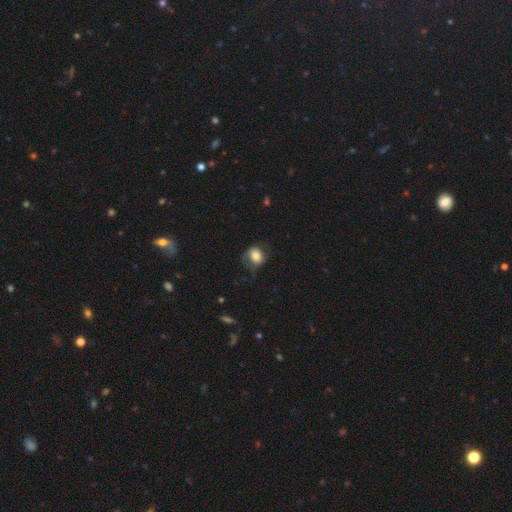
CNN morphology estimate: Smooth or featured? smooth (66%)
How rounded? in between (52%)
Merging? none (47%)